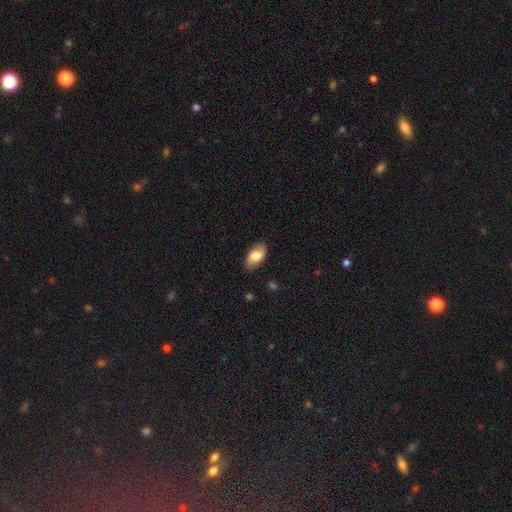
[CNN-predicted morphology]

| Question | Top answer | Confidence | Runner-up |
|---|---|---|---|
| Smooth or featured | smooth | 83% | featured or disk (11%) |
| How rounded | in between | 94% | round (4%) |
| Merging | none | 86% | minor disturbance (11%) |